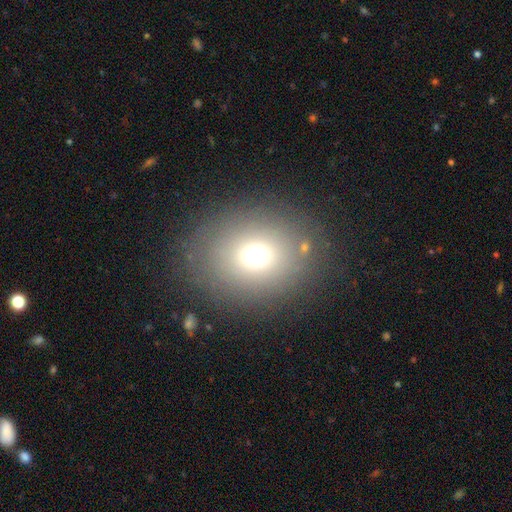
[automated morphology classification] This is likely a smooth galaxy (72%). How rounded: possibly round (54%). Merging: clearly none (85%).